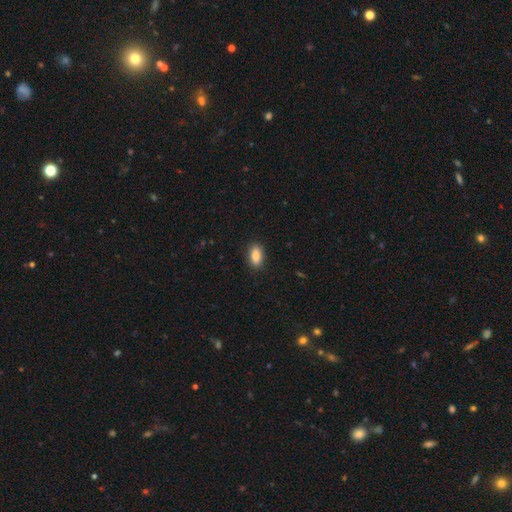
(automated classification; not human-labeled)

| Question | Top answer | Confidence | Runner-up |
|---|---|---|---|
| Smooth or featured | smooth | 88% | star or artifact (7%) |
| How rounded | in between | 90% | round (5%) |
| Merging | none | 89% | minor disturbance (8%) |